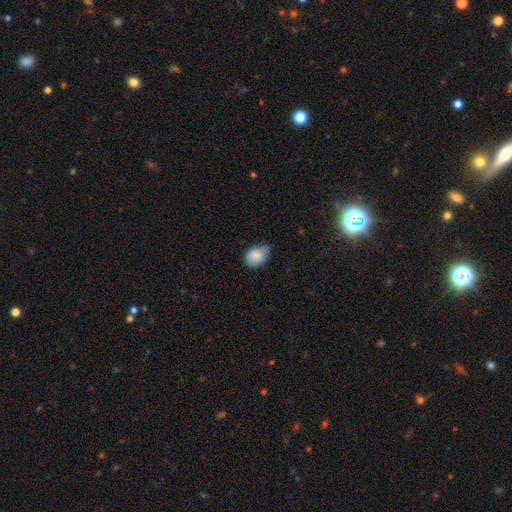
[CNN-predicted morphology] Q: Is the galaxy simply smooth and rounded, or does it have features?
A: smooth — 85%.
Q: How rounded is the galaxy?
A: in between — 70%.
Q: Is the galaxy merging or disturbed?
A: minor disturbance — 46%.